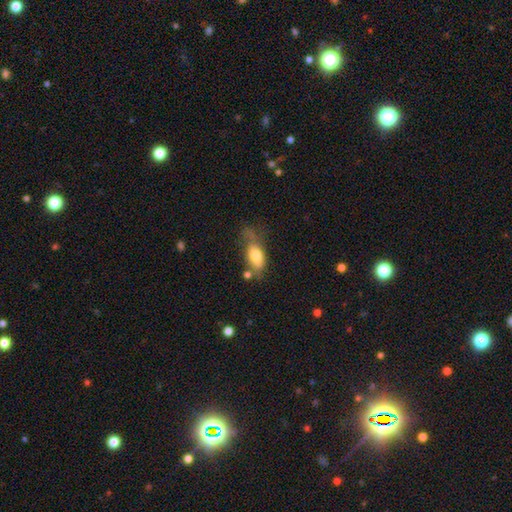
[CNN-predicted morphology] Smooth or featured? Predicted: smooth (p=0.71). How rounded? Predicted: in between (p=0.85). Merging? Predicted: none (p=0.34).